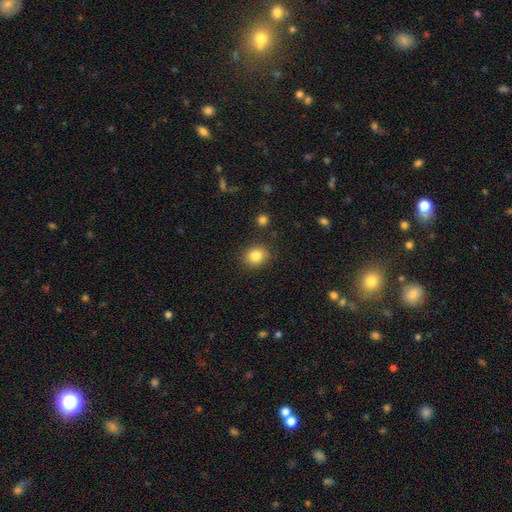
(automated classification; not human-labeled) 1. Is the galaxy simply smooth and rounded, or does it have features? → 83% smooth, 10% star or artifact, 7% featured or disk.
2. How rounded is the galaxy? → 67% round, 32% in between, 1% cigar-shaped.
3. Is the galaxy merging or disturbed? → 87% none, 9% minor disturbance, 3% major disturbance, 2% merger.